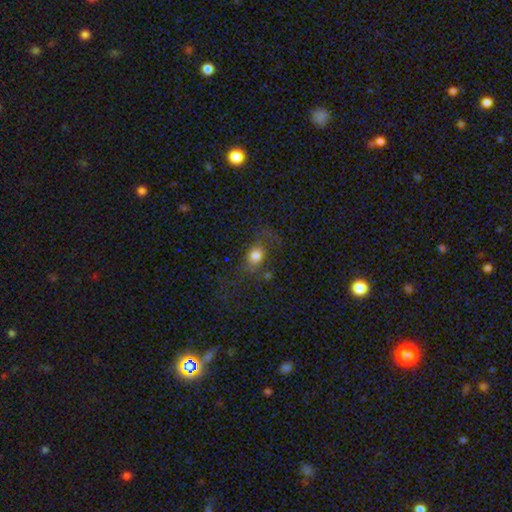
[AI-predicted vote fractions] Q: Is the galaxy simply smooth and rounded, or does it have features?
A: smooth — 75%.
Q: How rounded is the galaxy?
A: in between — 50%.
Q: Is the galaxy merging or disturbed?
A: none — 59%.